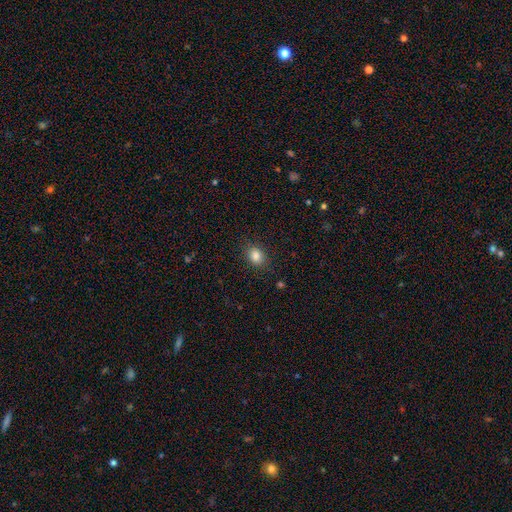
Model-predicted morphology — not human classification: Smooth or featured? smooth (85%)
How rounded? in between (62%)
Merging? none (85%)